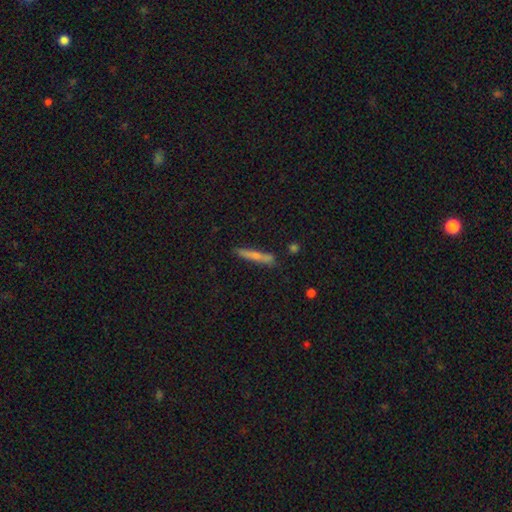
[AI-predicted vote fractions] Smooth or featured? Predicted: smooth (p=0.70). How rounded? Predicted: cigar-shaped (p=0.93). Merging? Predicted: none (p=0.80).